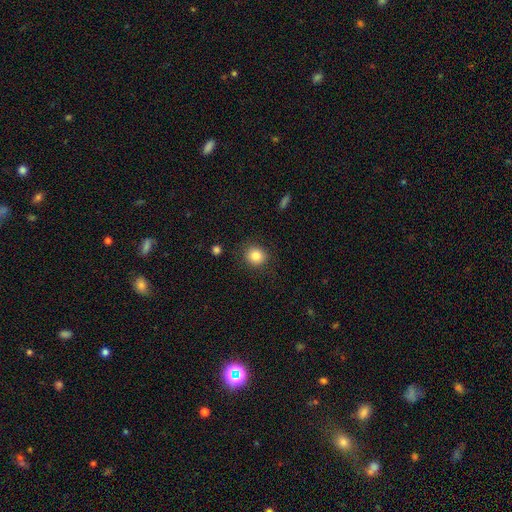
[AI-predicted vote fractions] Q: Smooth or featured?
A: smooth (84%); runner-up: star or artifact (10%)
Q: How rounded?
A: round (84%); runner-up: in between (15%)
Q: Merging?
A: none (87%); runner-up: minor disturbance (8%)